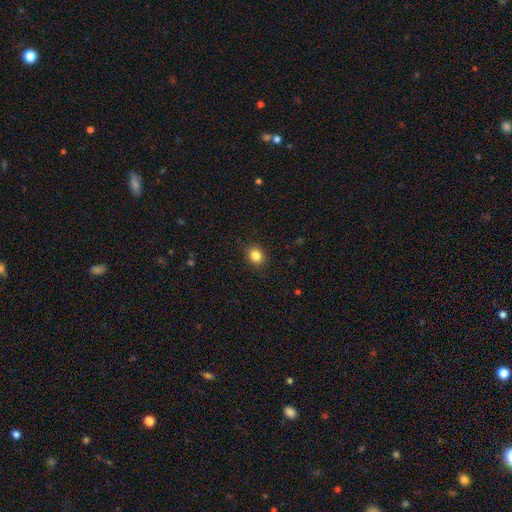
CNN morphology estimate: Smooth or featured: smooth — 84% (star or artifact — 11%)
How rounded: round — 65% (in between — 34%)
Merging: none — 90% (minor disturbance — 7%)